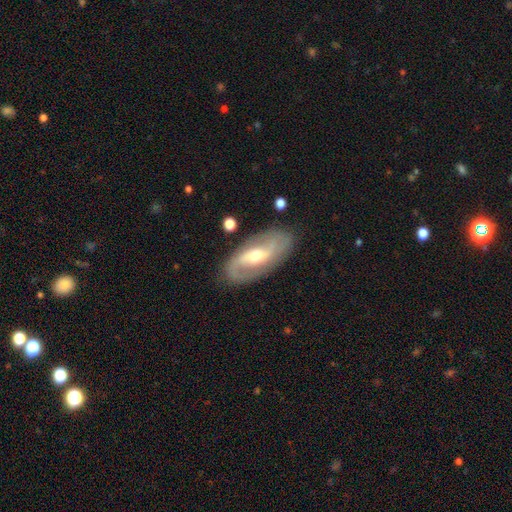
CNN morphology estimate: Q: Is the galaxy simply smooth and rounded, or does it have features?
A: featured or disk — 83%.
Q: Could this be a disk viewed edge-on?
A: no — 94%.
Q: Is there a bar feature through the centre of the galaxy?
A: weak — 42%.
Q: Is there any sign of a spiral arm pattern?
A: yes — 92%.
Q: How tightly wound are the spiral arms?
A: medium — 44%.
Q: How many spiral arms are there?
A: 2 — 88%.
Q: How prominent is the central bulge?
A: moderate — 63%.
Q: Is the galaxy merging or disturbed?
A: none — 83%.